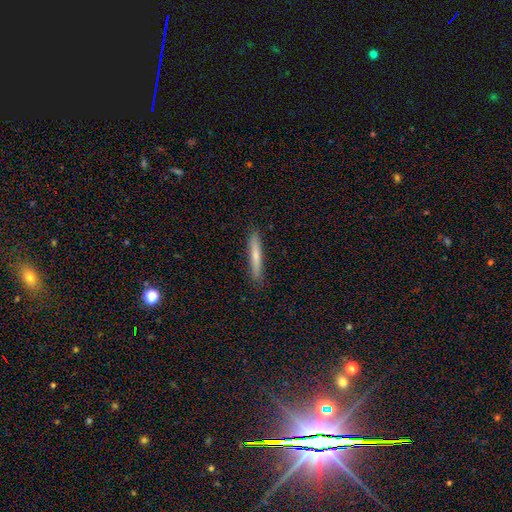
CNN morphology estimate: A smooth galaxy with no disk features (68%) that is cigar-shaped (94%). Merging: none (89%).